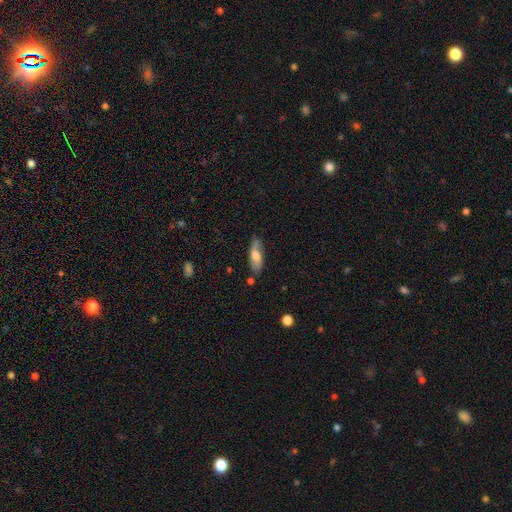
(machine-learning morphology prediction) Smooth or featured: smooth — 57% (featured or disk — 36%)
How rounded: in between — 68% (cigar-shaped — 30%)
Merging: none — 71% (minor disturbance — 22%)